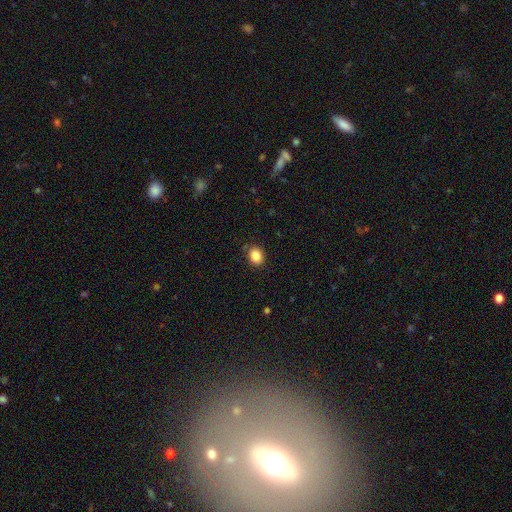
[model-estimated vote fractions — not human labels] Smooth or featured? Predicted: smooth (p=0.87). How rounded? Predicted: in between (p=0.51). Merging? Predicted: none (p=0.84).